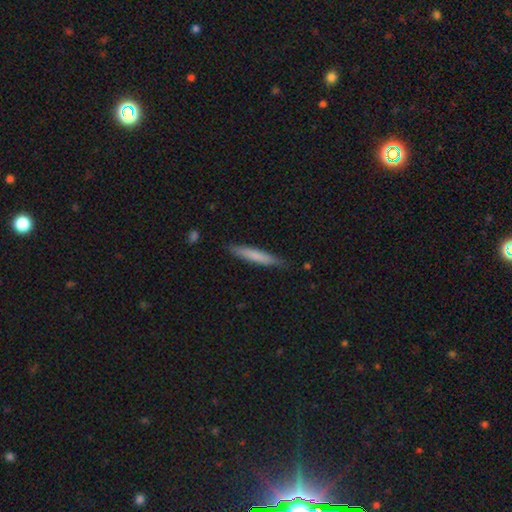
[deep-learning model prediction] A smooth galaxy with no disk features (73%) that is cigar-shaped (93%). Merging: none (84%).